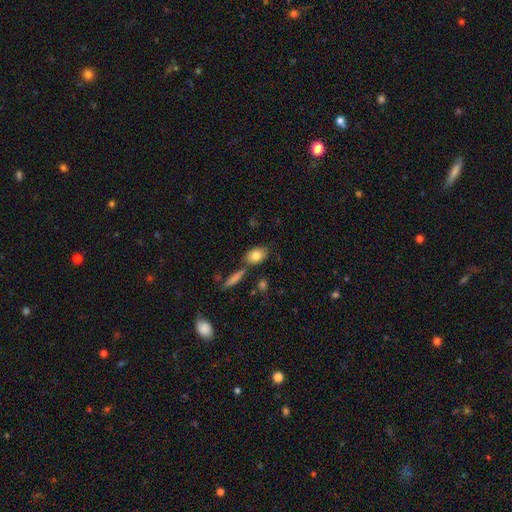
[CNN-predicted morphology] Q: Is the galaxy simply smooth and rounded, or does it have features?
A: smooth — 80%.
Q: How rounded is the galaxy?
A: in between — 83%.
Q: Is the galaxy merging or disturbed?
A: none — 73%.